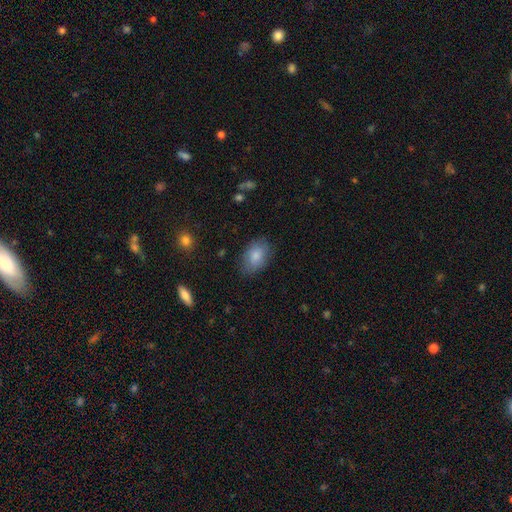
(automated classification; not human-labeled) smooth-or-featured: smooth: 85% | featured or disk: 8% | star or artifact: 7%
  how-rounded: in between: 88% | round: 11% | cigar-shaped: 1%
  merging: none: 80% | minor disturbance: 15% | major disturbance: 4% | merger: 1%